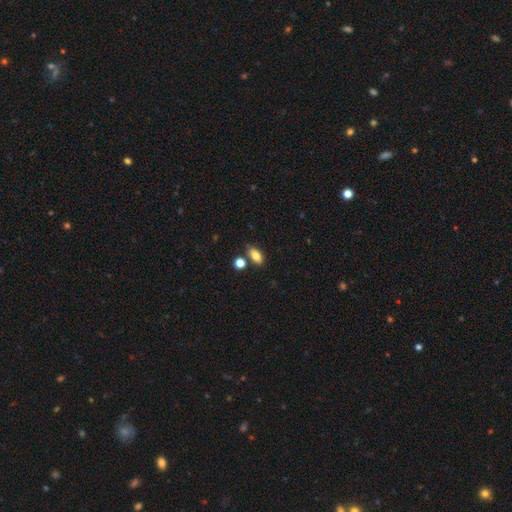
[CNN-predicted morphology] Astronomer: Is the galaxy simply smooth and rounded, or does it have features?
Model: smooth — 82%.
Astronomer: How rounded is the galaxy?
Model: in between — 87%.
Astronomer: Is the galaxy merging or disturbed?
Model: none — 72%.